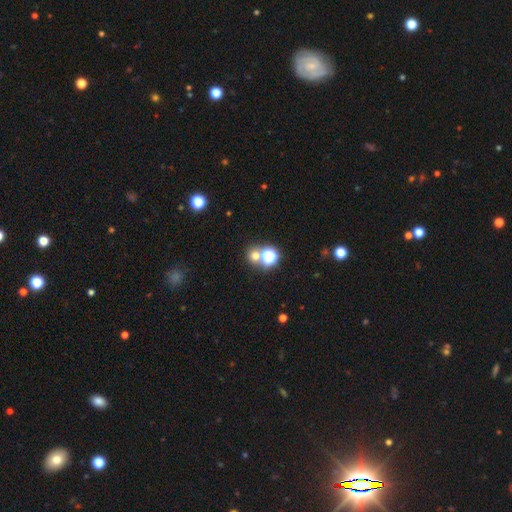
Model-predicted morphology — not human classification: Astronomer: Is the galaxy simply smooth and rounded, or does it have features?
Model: smooth — 62%.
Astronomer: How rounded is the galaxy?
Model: round — 87%.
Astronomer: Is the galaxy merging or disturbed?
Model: none — 63%.